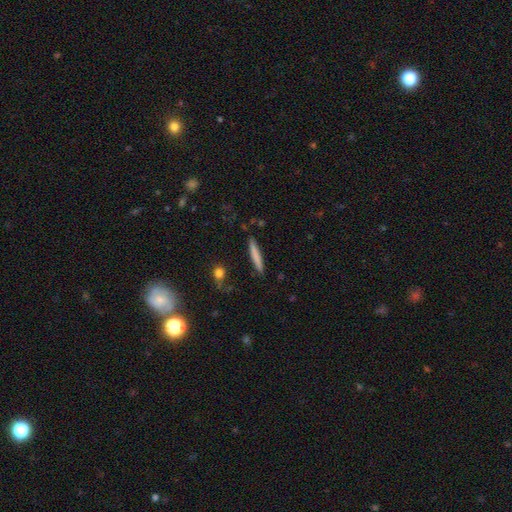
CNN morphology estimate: Smooth or featured: smooth — 76% (featured or disk — 18%)
How rounded: cigar-shaped — 94% (in between — 5%)
Merging: none — 88% (minor disturbance — 9%)